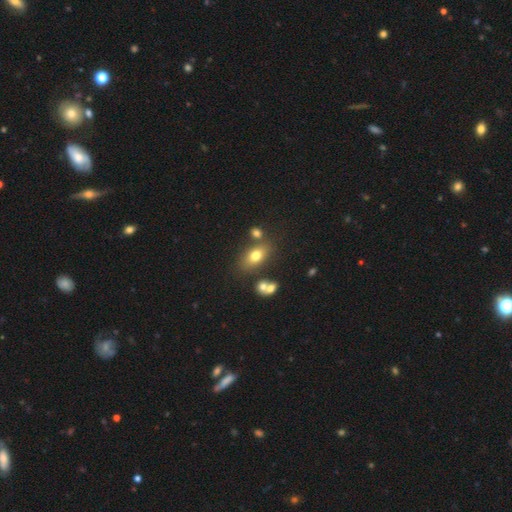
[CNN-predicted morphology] smooth_or_featured: smooth (p=0.74) [alt: featured or disk p=0.15]
how_rounded: in between (p=0.81) [alt: round p=0.15]
merging: none (p=0.68) [alt: merger p=0.15]